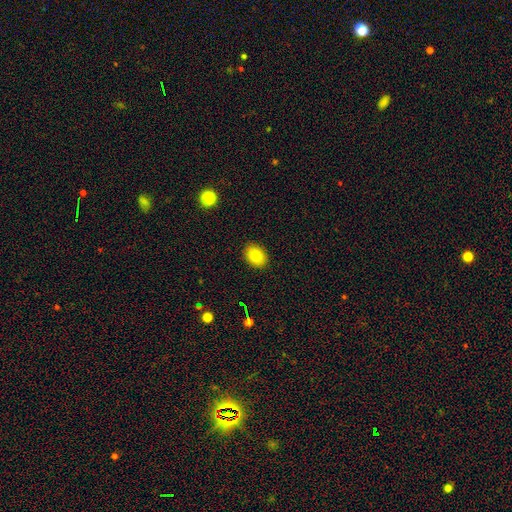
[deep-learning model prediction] A smooth galaxy with no disk features (80%) that is in between round and cigar-shaped (69%).

Vote fractions:
- Smooth or featured? smooth: 80% / featured or disk: 10% / star or artifact: 10%
- How rounded? in between: 69% / round: 30% / cigar-shaped: 1%
- Merging? none: 90% / minor disturbance: 7% / major disturbance: 2% / merger: 1%